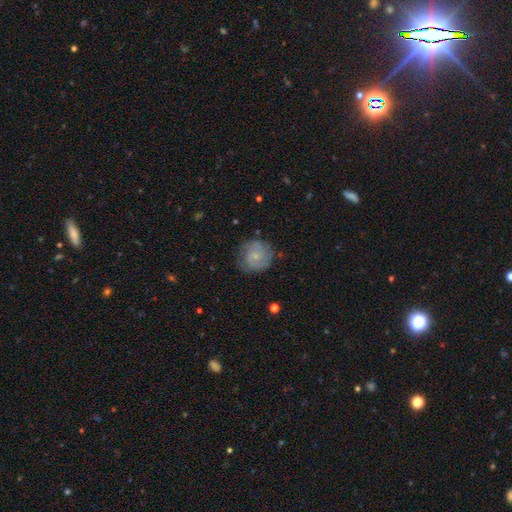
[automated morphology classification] This appears to be a featured or disk galaxy (47%). Merging: none (72%).